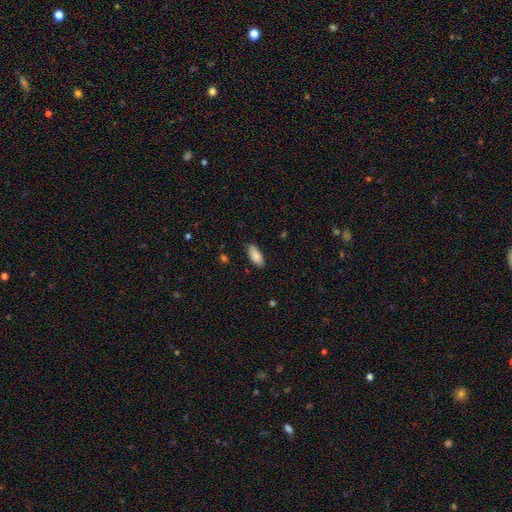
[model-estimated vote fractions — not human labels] The model was most divided on "how rounded": in between: 86%, cigar-shaped: 13%, round: 2%. More confident: smooth or featured — smooth (87%); merging — none (86%).